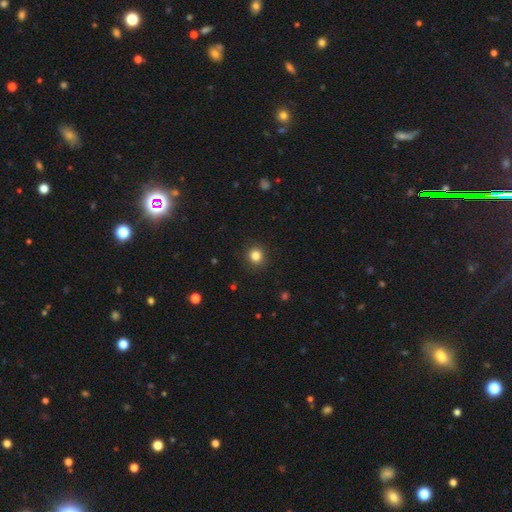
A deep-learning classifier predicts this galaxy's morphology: Smooth or featured? smooth (83%)
How rounded? round (89%)
Merging? none (90%)